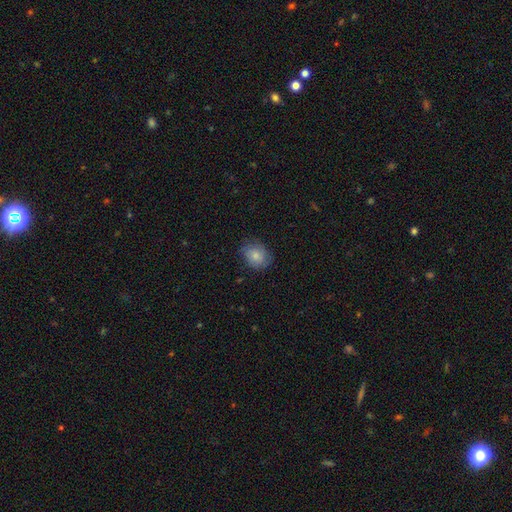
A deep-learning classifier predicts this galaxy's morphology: smooth-or-featured: smooth: 79% | featured or disk: 14% | star or artifact: 8%
  how-rounded: in between: 51% | round: 48% | cigar-shaped: 1%
  merging: none: 70% | minor disturbance: 23% | major disturbance: 6% | merger: 1%